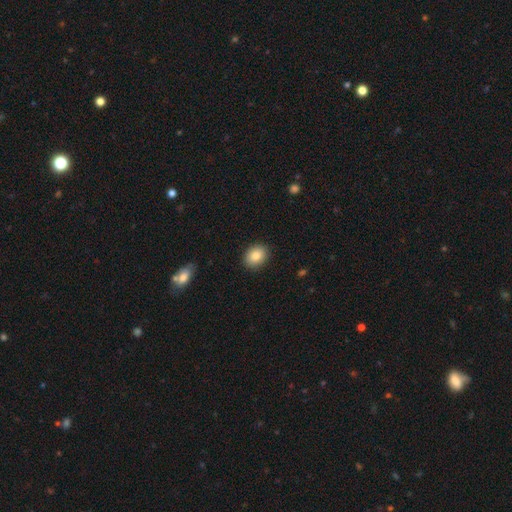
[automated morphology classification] The model was most divided on "how rounded": in between: 59%, round: 40%, cigar-shaped: 1%. More confident: merging — none (89%); smooth or featured — smooth (84%).